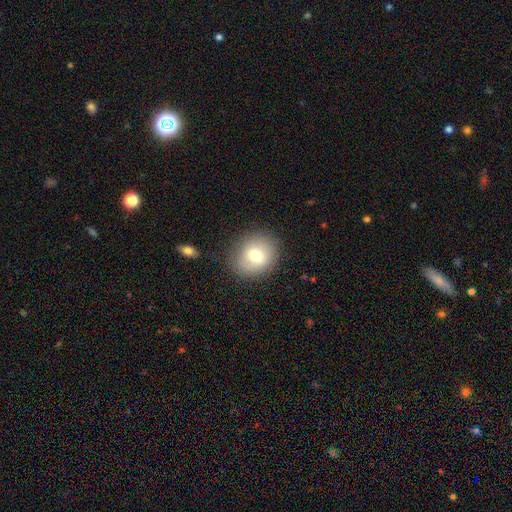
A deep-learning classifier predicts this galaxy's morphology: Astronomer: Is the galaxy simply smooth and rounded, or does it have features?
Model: smooth — 73%.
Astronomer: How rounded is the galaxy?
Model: round — 67%.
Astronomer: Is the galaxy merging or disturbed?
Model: none — 81%.